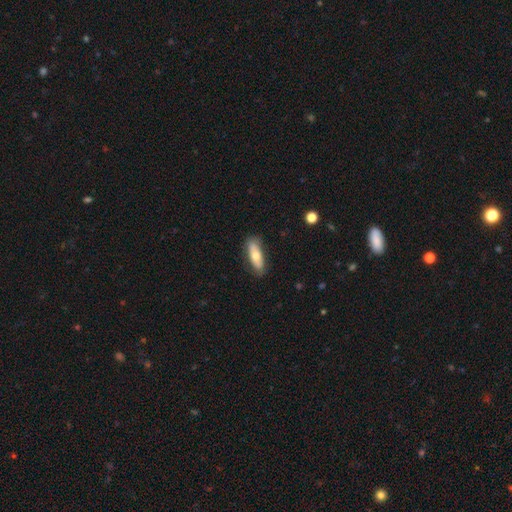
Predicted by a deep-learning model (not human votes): A smooth galaxy with no disk features (65%) that is in between round and cigar-shaped (57%). Merging: none (82%).